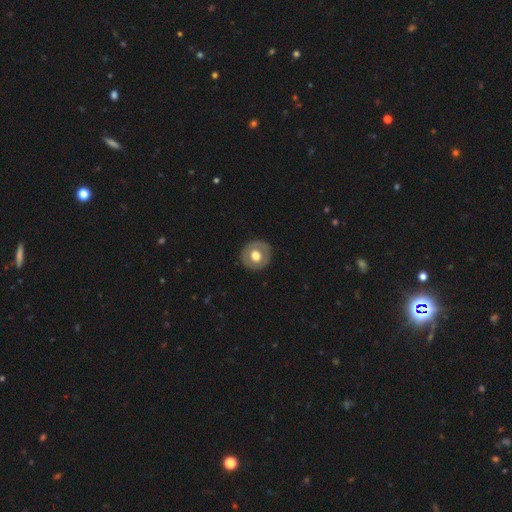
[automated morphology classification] smooth 57%, featured or disk 37%, star or artifact 7%. Down the decision tree: how rounded — round (89%); merging — none (88%).